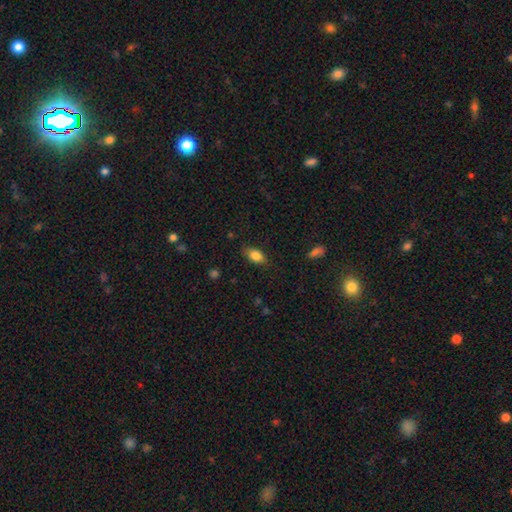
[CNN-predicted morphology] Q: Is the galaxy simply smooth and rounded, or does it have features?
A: smooth — 83%.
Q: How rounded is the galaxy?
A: in between — 88%.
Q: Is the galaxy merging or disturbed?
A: none — 81%.